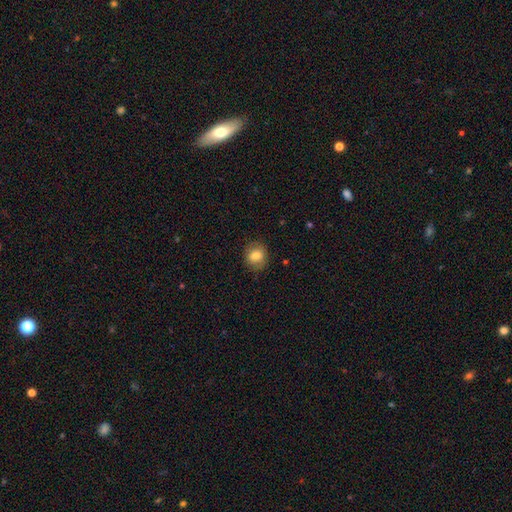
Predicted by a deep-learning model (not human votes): This appears to be a smooth galaxy with no disk features (80%) that is round (71%). Merging: none (84%).